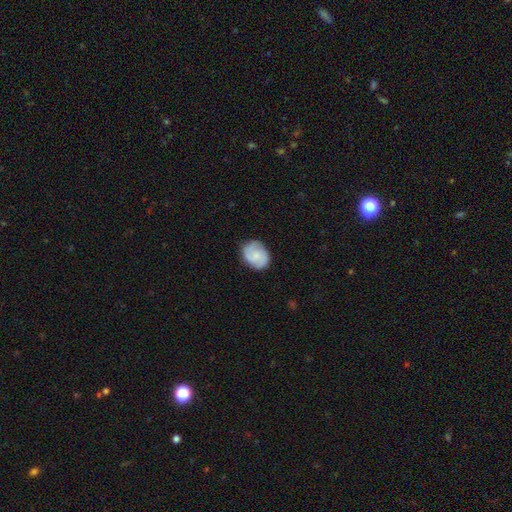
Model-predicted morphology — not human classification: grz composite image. It shows a featured or disk galaxy (47%). Merging: none (79%).